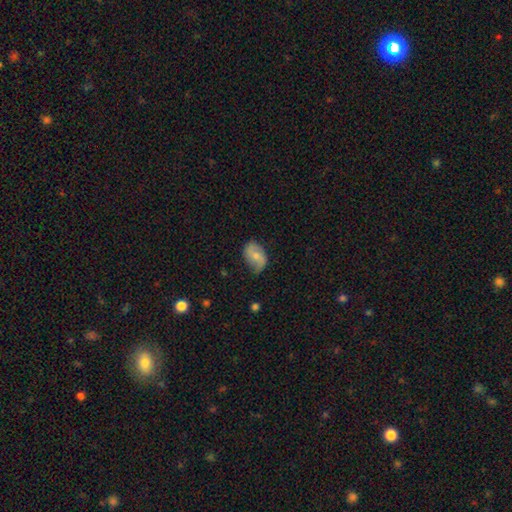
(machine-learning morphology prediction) Smooth or featured?
  - smooth: 55% *
  - featured or disk: 38%
  - star or artifact: 7%
How rounded?
  - in between: 82% *
  - round: 16%
  - cigar-shaped: 1%
Merging?
  - none: 58% *
  - minor disturbance: 32%
  - major disturbance: 8%
  - merger: 1%